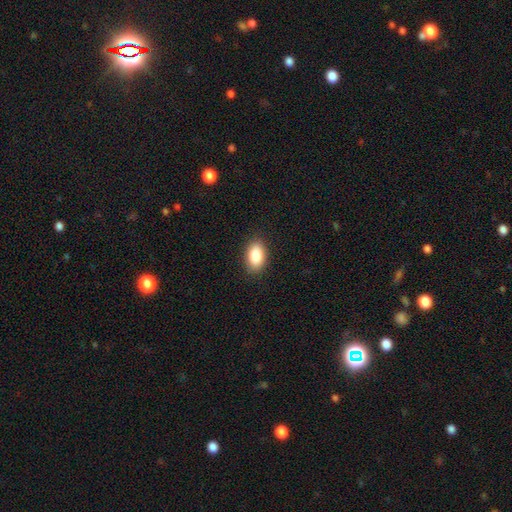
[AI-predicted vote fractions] Smooth or featured: smooth — 86% (star or artifact — 7%)
How rounded: in between — 90% (round — 8%)
Merging: none — 89% (minor disturbance — 8%)